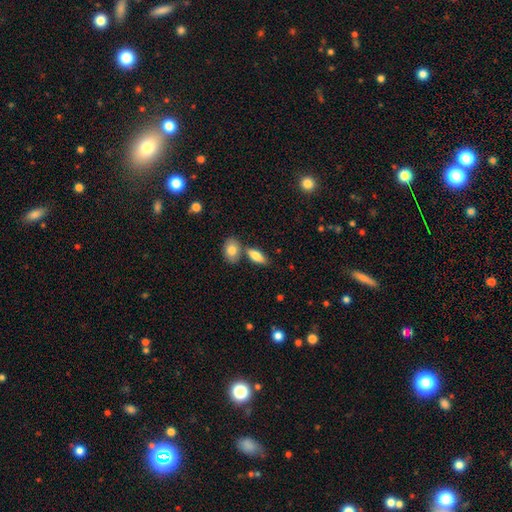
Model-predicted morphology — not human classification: smooth-or-featured: smooth: 79% | featured or disk: 15% | star or artifact: 6%
  how-rounded: in between: 81% | cigar-shaped: 15% | round: 4%
  merging: none: 60% | merger: 26% | minor disturbance: 11% | major disturbance: 3%